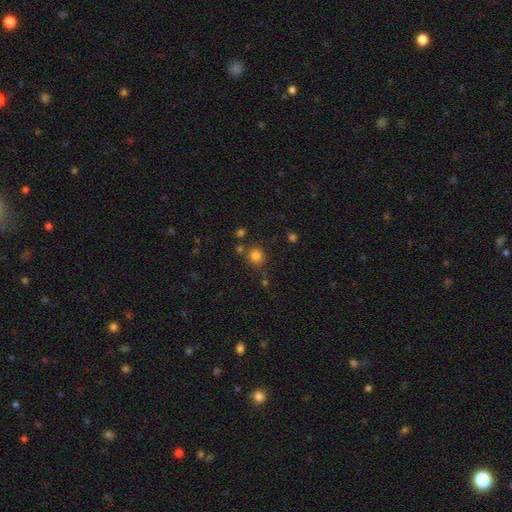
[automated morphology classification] Smooth or featured: smooth — 81% (star or artifact — 13%)
How rounded: round — 87% (in between — 12%)
Merging: none — 76% (minor disturbance — 11%)